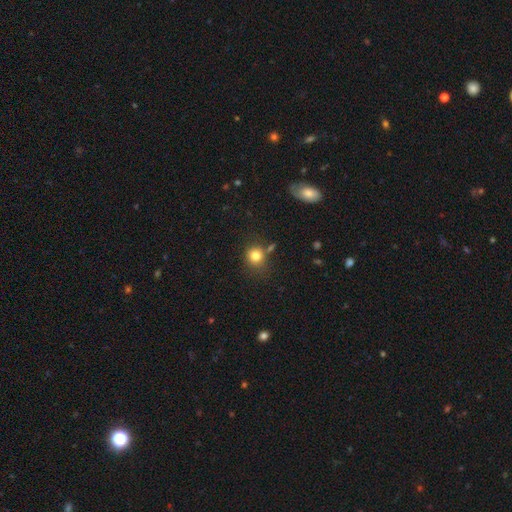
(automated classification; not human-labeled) A smooth galaxy with no disk features (81%) that is round (86%).

Vote fractions:
- Smooth or featured? smooth: 81% / star or artifact: 12% / featured or disk: 7%
- How rounded? round: 86% / in between: 13% / cigar-shaped: 1%
- Merging? none: 72% / minor disturbance: 14% / merger: 9% / major disturbance: 5%